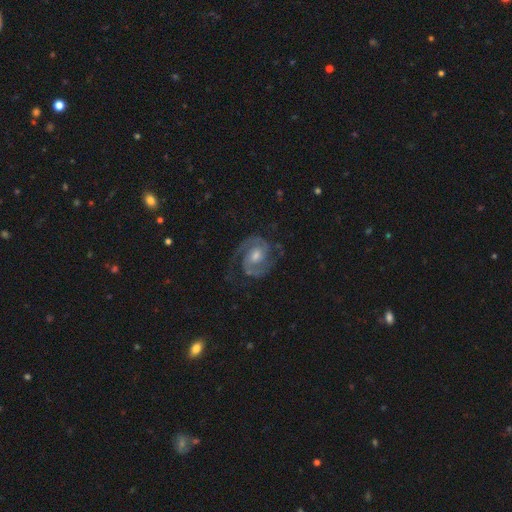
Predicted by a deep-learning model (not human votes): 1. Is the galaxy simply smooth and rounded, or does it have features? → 91% featured or disk, 5% star or artifact, 5% smooth.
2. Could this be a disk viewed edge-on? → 98% no, 2% yes.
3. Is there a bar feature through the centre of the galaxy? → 53% no, 37% weak, 10% strong.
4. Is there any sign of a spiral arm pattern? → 98% yes, 2% no.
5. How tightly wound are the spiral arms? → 49% medium, 42% tight, 9% loose.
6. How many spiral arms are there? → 92% 2, 3% can't tell, 2% 3, 2% 1, 1% 4, 1% more than 4.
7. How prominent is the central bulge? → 60% moderate, 32% small, 5% large, 2% none, 1% dominant.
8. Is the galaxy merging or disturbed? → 78% none, 14% minor disturbance, 7% major disturbance, 1% merger.